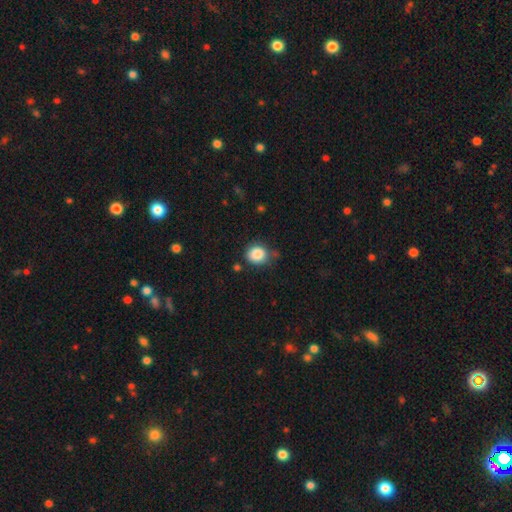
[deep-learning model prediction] Smooth or featured?
  - smooth: 86% *
  - star or artifact: 9%
  - featured or disk: 5%
How rounded?
  - round: 75% *
  - in between: 24%
  - cigar-shaped: 1%
Merging?
  - none: 70% *
  - minor disturbance: 20%
  - merger: 5%
  - major disturbance: 5%